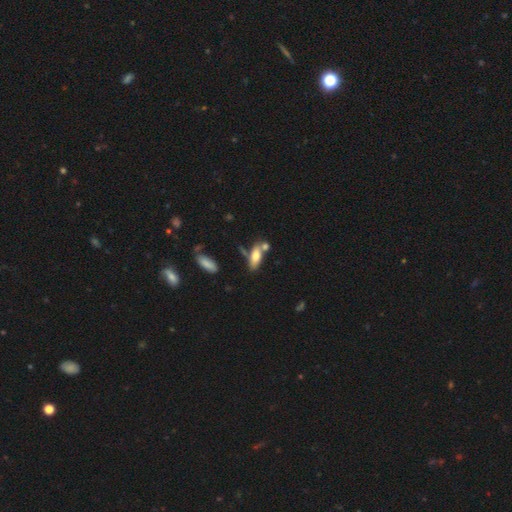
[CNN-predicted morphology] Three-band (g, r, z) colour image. It shows a smooth galaxy with no disk features (71%) that is in between round and cigar-shaped (70%). Merging: none (51%).